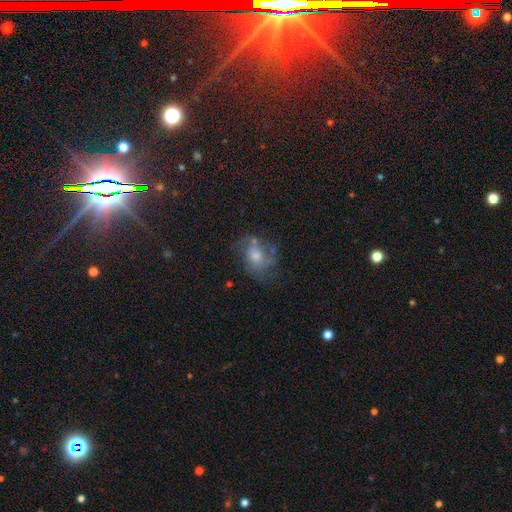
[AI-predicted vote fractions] Morphology: type=featured or disk (51%); edge-on=no (96%); merging=none (53%).